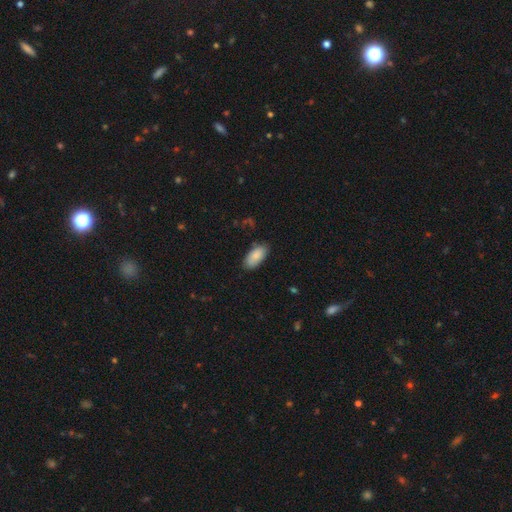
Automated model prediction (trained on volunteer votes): Overall: smooth (86%). How rounded: in between (93%). Merging: none (81%).